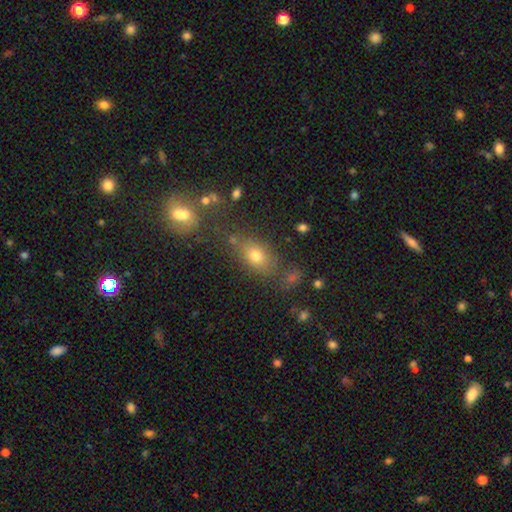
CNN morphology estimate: smooth 72%, star or artifact 15%, featured or disk 13%. Down the decision tree: how rounded — in between (76%); merging — none (67%).